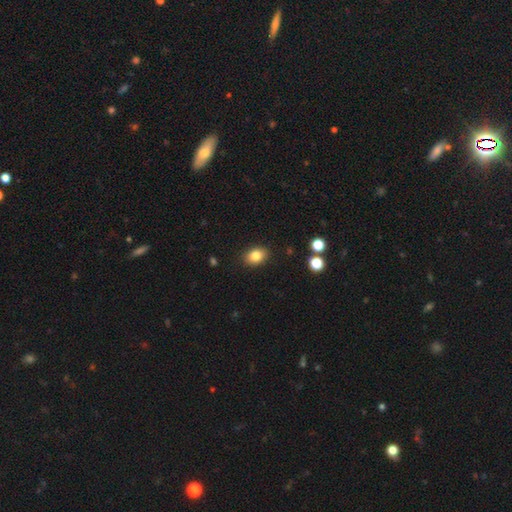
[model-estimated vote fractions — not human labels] Morphology: type=smooth (83%); roundness=in between (70%); merging=none (88%).